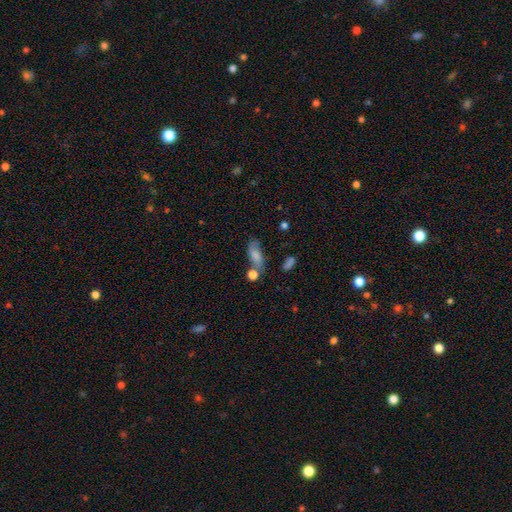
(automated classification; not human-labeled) smooth-or-featured: smooth: 72% | featured or disk: 19% | star or artifact: 9%
  how-rounded: in between: 72% | cigar-shaped: 21% | round: 7%
  merging: none: 52% | minor disturbance: 20% | merger: 19% | major disturbance: 8%